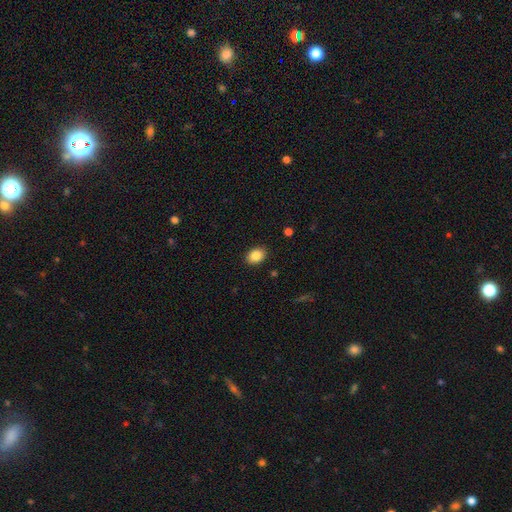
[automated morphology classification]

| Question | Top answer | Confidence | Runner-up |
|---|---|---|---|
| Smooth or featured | smooth | 85% | star or artifact (9%) |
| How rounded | in between | 68% | round (31%) |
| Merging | none | 89% | minor disturbance (8%) |